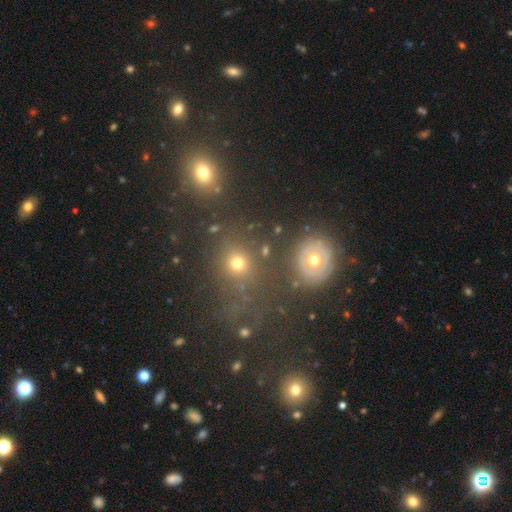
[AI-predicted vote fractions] Morphology: type=smooth (49%); merging=none (69%).